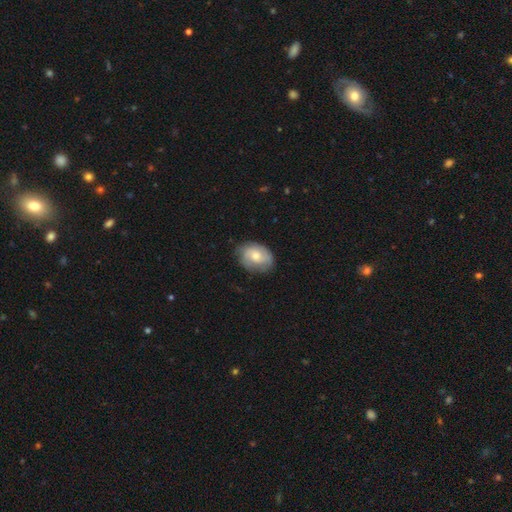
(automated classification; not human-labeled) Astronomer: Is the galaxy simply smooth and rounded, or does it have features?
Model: smooth — 50% (runner-up: featured or disk, 44%).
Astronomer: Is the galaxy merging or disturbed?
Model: none — 74%.